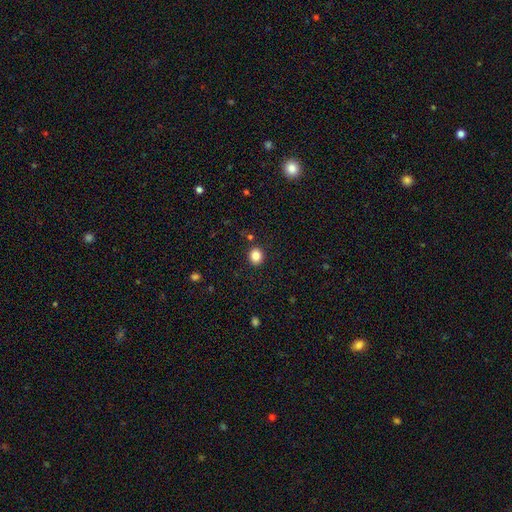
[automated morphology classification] The model was most divided on "how rounded": round: 73%, in between: 26%, cigar-shaped: 1%. More confident: merging — none (89%); smooth or featured — smooth (84%).